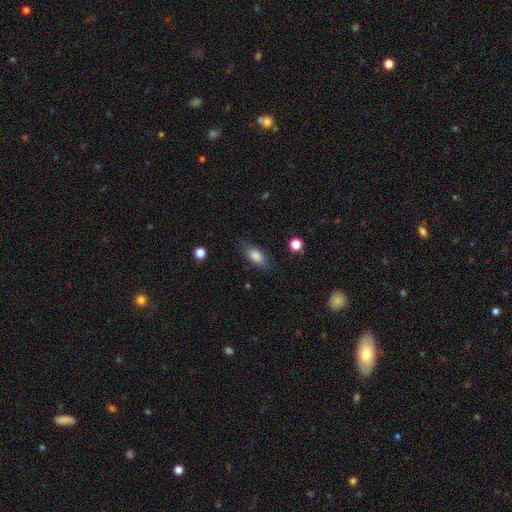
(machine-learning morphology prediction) This appears to be a smooth galaxy with no disk features (81%) that is in between round and cigar-shaped (83%). Merging: none (79%).